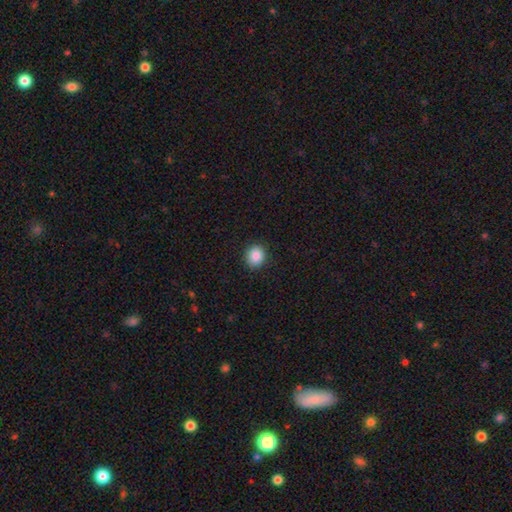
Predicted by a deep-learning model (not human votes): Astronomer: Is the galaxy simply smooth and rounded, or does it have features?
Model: smooth — 87%.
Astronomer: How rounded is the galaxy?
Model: round — 75%.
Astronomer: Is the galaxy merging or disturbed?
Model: none — 90%.